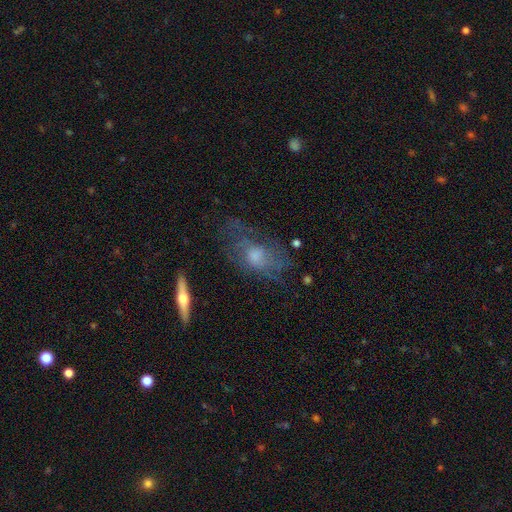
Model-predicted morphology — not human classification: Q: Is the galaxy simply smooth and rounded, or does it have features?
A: featured or disk — 58%.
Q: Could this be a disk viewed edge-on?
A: no — 81%.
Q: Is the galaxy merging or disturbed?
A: none — 51%.